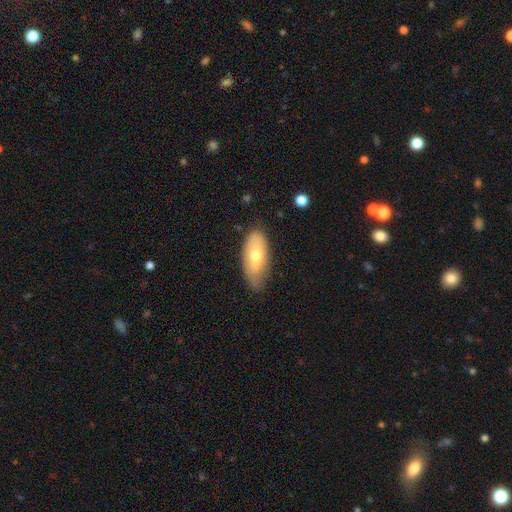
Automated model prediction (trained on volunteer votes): Smooth or featured? smooth (63%)
How rounded? in between (88%)
Merging? none (65%)